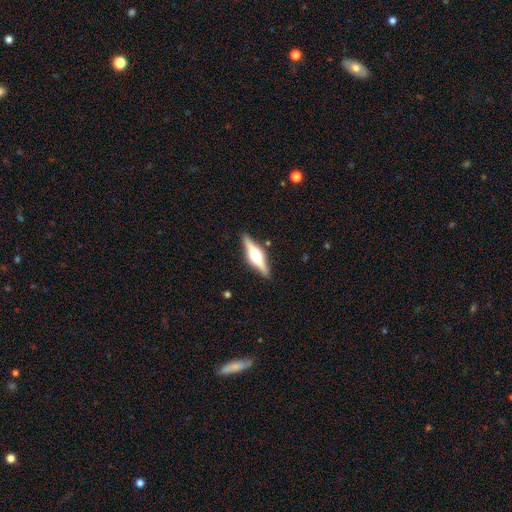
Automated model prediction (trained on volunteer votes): This appears to be a featured or disk galaxy (72%) viewed edge-on (97%) with a rounded central bulge (93%). Merging: none (88%).